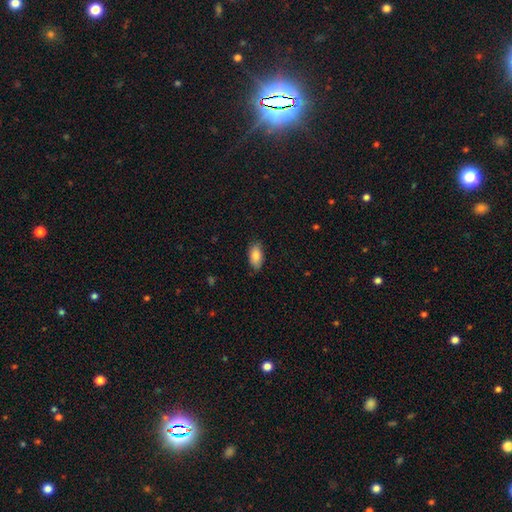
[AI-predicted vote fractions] Q: Smooth or featured?
A: smooth (87%); runner-up: featured or disk (7%)
Q: How rounded?
A: in between (92%); runner-up: cigar-shaped (5%)
Q: Merging?
A: none (83%); runner-up: minor disturbance (14%)